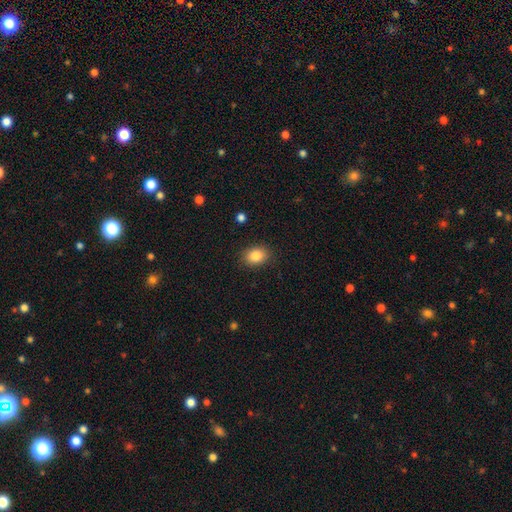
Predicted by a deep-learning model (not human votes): Smooth or featured? Predicted: smooth (p=0.85). How rounded? Predicted: in between (p=0.66). Merging? Predicted: none (p=0.88).